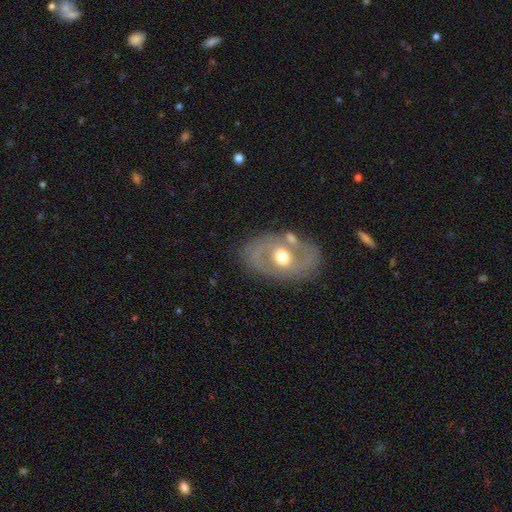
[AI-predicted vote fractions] A featured or disk galaxy (71%) with no bar (67%), spiral arms (51%) and a moderate central bulge (76%).

Vote fractions:
- Smooth or featured? featured or disk: 71% / smooth: 22% / star or artifact: 6%
- Edge-on disk? no: 94% / yes: 6%
- Bar? no: 67% / weak: 24% / strong: 9%
- Spiral arms? yes: 51% / no: 49%
- Bulge size? moderate: 76% / large: 12% / small: 9% / dominant: 1% / none: 1%
- Merging? none: 72% / minor disturbance: 16% / merger: 6% / major disturbance: 6%